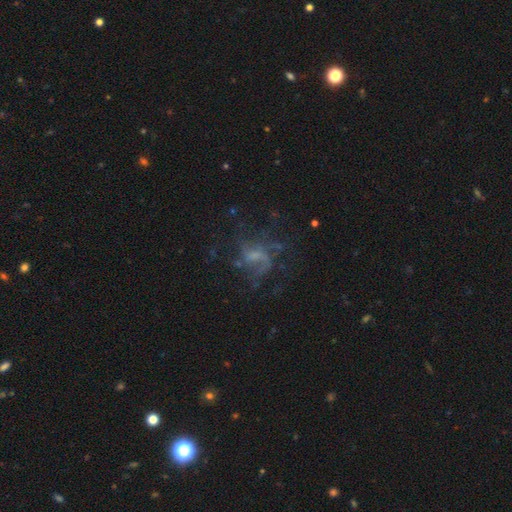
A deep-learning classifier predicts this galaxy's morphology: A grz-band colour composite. It shows a featured or disk galaxy (66%) with no bar (55%), spiral arms (70%) and a small central bulge (36%). Merging: none (43%).